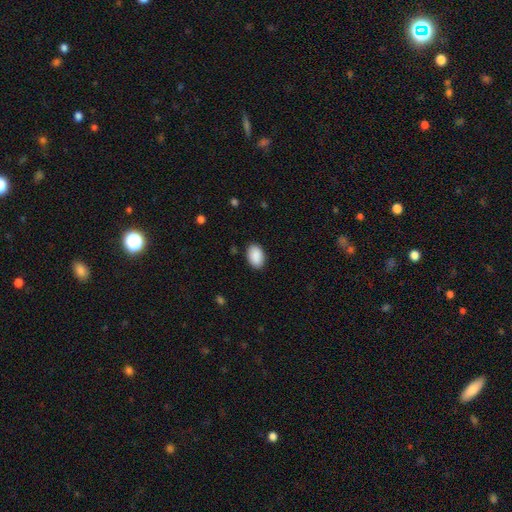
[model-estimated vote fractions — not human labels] smooth-or-featured: smooth: 90% | star or artifact: 7% | featured or disk: 3%
  how-rounded: in between: 89% | round: 10% | cigar-shaped: 1%
  merging: none: 86% | minor disturbance: 10% | major disturbance: 2% | merger: 1%